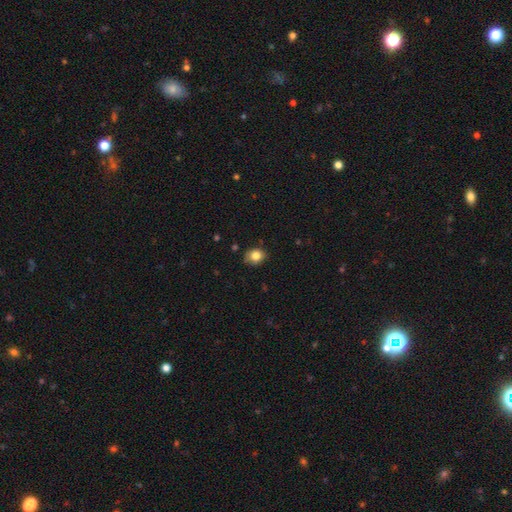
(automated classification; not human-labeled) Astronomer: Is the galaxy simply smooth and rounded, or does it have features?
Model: smooth — 82%.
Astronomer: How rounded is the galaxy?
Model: round — 51% (runner-up: in between, 48%).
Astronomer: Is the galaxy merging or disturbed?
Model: none — 81%.